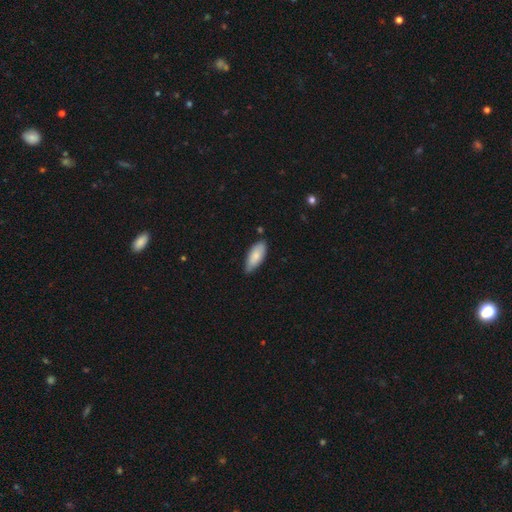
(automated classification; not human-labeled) Smooth or featured?
  - smooth: 82% *
  - featured or disk: 12%
  - star or artifact: 6%
How rounded?
  - in between: 83% *
  - cigar-shaped: 15%
  - round: 2%
Merging?
  - none: 72% *
  - minor disturbance: 23%
  - major disturbance: 3%
  - merger: 2%